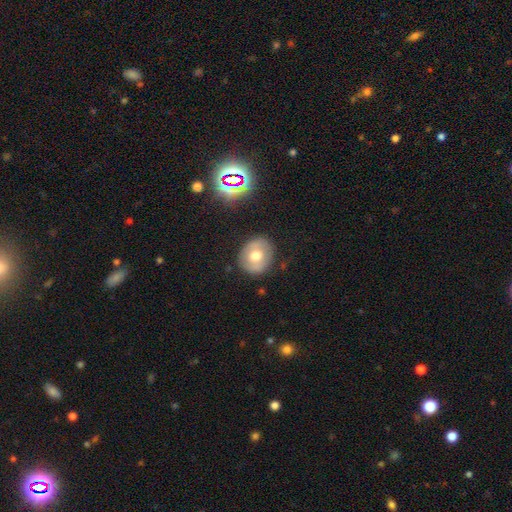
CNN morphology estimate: A smooth galaxy with no disk features (59%) that is round (72%). Merging: none (84%).